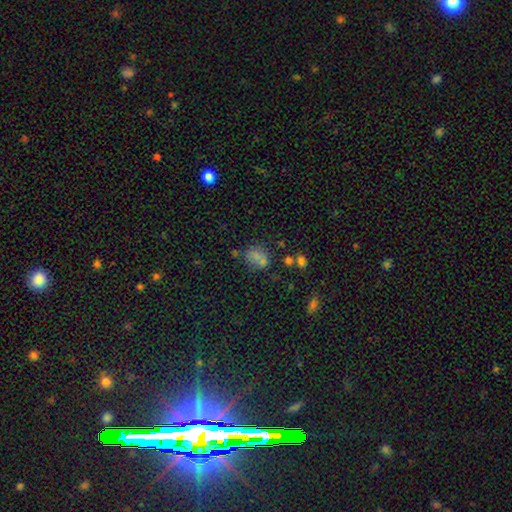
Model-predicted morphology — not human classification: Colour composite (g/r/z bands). It shows a smooth galaxy with no disk features (68%) that is in between round and cigar-shaped (51%). Merging: none (51%).